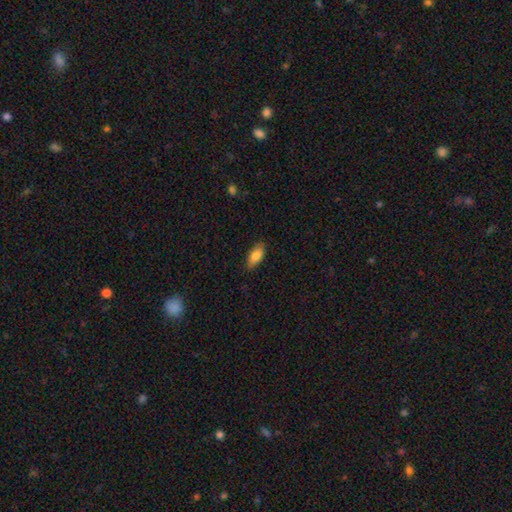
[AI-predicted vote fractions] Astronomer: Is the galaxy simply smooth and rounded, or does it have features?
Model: smooth — 82%.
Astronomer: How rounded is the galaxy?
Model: in between — 87%.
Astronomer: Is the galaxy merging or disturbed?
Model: none — 82%.